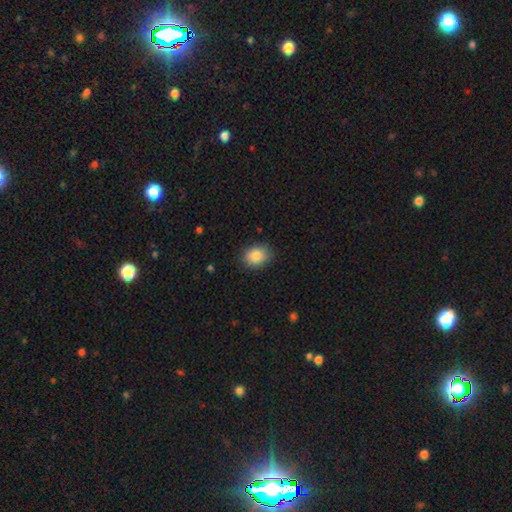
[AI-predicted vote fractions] This appears to be a smooth galaxy with no disk features (86%) that is round (53%). Merging: none (83%).